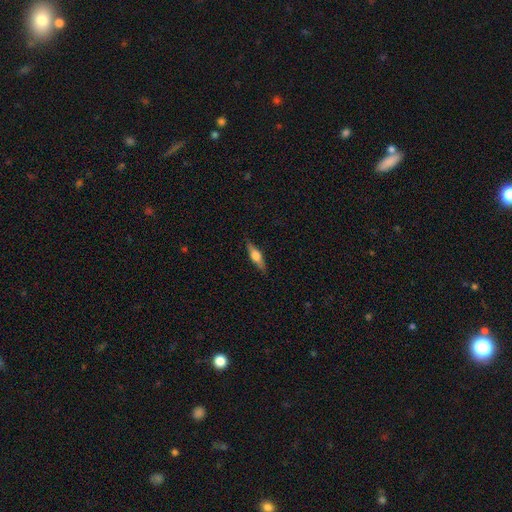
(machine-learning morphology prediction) Smooth or featured?
  - featured or disk: 55% *
  - smooth: 38%
  - star or artifact: 6%
Edge-on disk?
  - yes: 95% *
  - no: 5%
Edge-on bulge?
  - rounded: 91% *
  - boxy: 7%
  - none: 2%
Merging?
  - none: 87% *
  - minor disturbance: 10%
  - major disturbance: 2%
  - merger: 1%